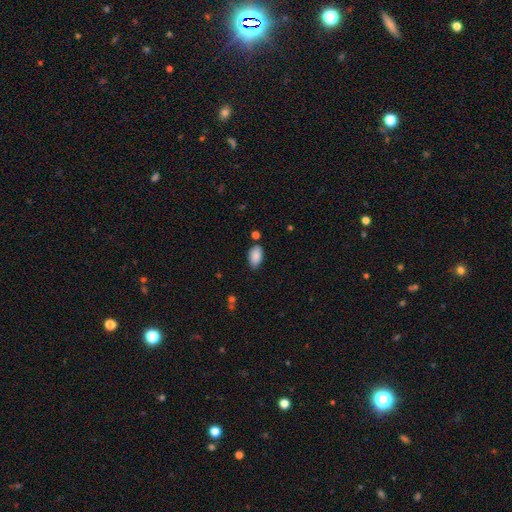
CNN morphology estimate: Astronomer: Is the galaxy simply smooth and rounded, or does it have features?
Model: smooth — 89%.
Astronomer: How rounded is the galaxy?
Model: in between — 94%.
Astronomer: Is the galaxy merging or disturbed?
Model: none — 76%.